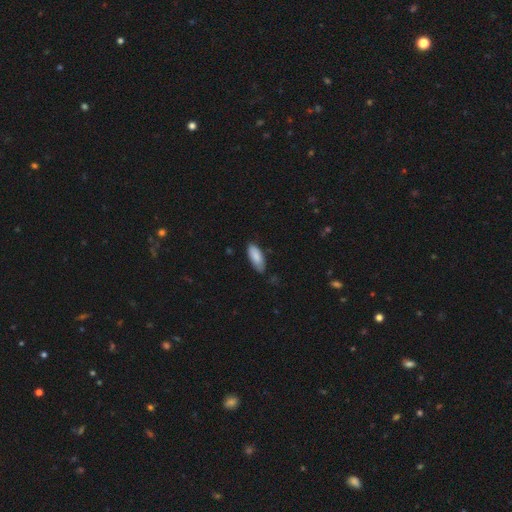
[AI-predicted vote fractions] Smooth or featured? Predicted: smooth (p=0.87). How rounded? Predicted: in between (p=0.79). Merging? Predicted: none (p=0.77).